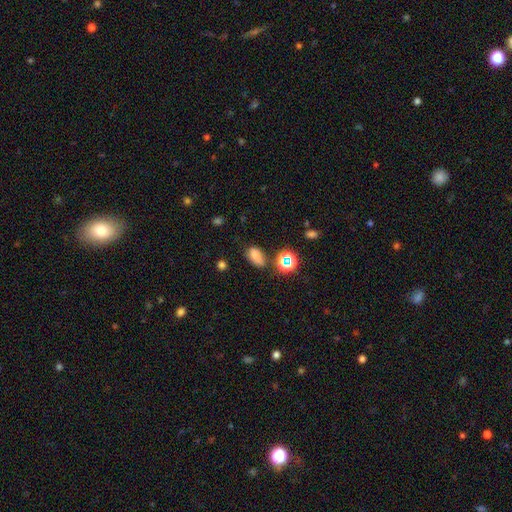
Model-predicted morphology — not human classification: Smooth or featured? Predicted: smooth (p=0.74). How rounded? Predicted: in between (p=0.85). Merging? Predicted: none (p=0.67).